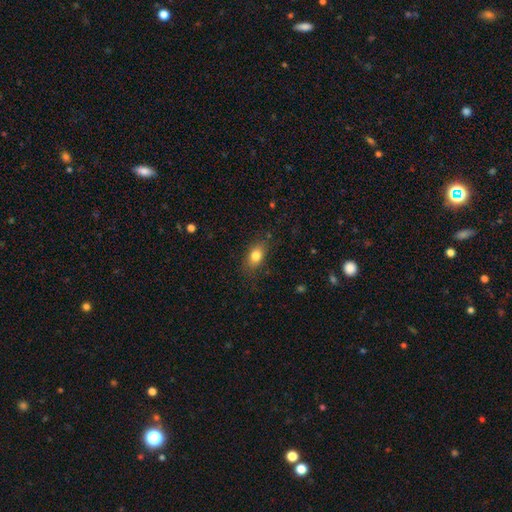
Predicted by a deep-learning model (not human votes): Smooth or featured? Predicted: smooth (p=0.81). How rounded? Predicted: in between (p=0.79). Merging? Predicted: none (p=0.80).